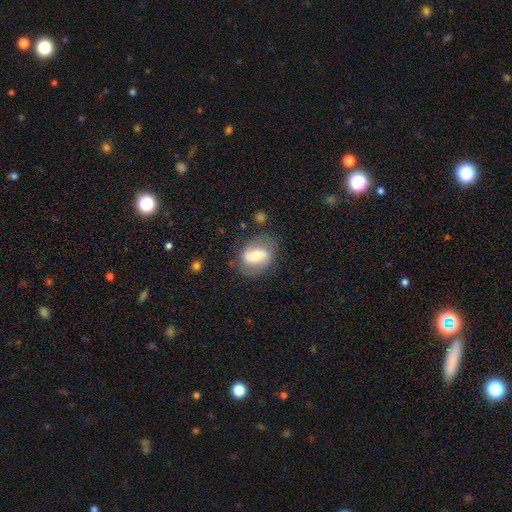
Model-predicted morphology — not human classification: Smooth or featured? featured or disk (61%)
Edge-on disk? no (97%)
Bar? weak (42%)
Spiral arms? yes (85%)
Spiral winding? loose (43%)
Spiral arm count? 2 (86%)
Bulge size? moderate (48%)
Merging? none (70%)